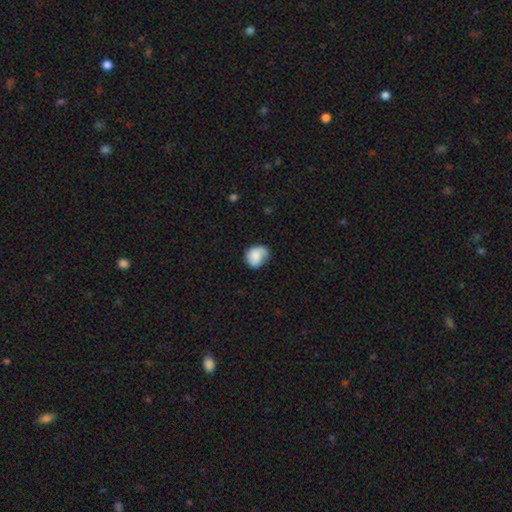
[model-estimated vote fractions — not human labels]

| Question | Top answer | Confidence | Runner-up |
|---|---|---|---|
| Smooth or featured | smooth | 64% | featured or disk (28%) |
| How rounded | round | 64% | in between (35%) |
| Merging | none | 56% | minor disturbance (31%) |